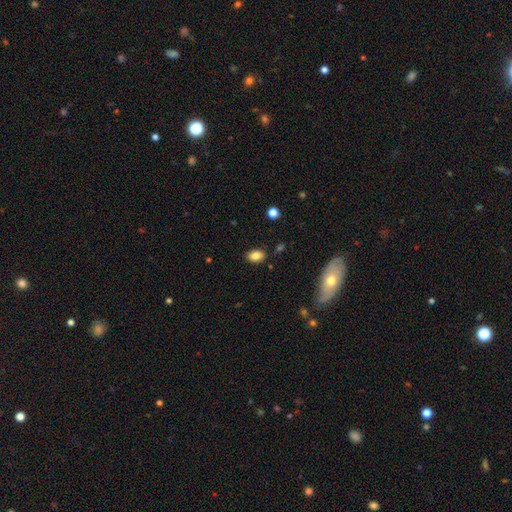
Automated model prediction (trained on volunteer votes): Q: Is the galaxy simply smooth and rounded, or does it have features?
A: smooth — 84%.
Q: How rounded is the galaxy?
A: in between — 85%.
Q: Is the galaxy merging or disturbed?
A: none — 84%.